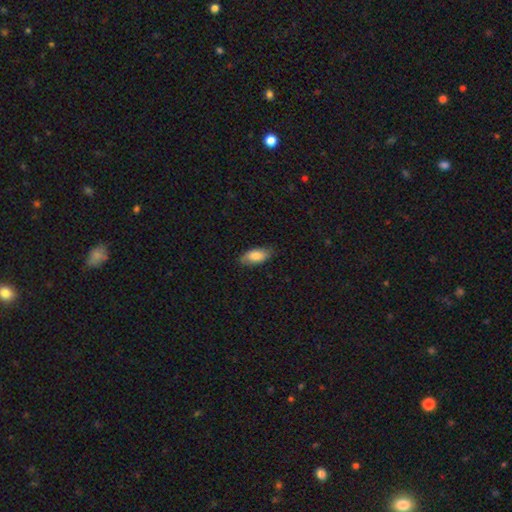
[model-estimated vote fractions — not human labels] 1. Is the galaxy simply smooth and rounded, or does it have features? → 81% smooth, 13% featured or disk, 6% star or artifact.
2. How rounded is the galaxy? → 89% in between, 9% cigar-shaped, 2% round.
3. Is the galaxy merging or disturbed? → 80% none, 17% minor disturbance, 3% major disturbance, 1% merger.